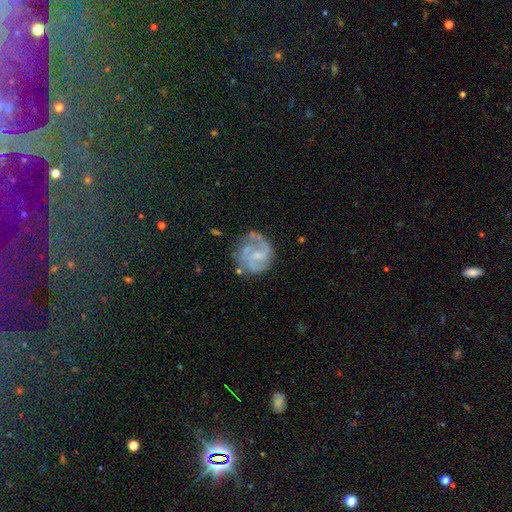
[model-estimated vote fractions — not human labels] A featured or disk galaxy (76%) with a weak bar (47%), 2 (54%) medium (47%) spiral arms (87%) and a small central bulge (48%). Merging: none (62%).